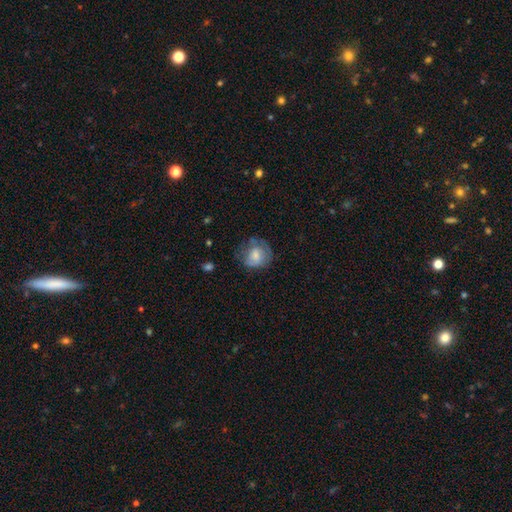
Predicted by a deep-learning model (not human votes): This appears to be a smooth galaxy with no disk features (67%) that is round (74%). Merging: none (52%).